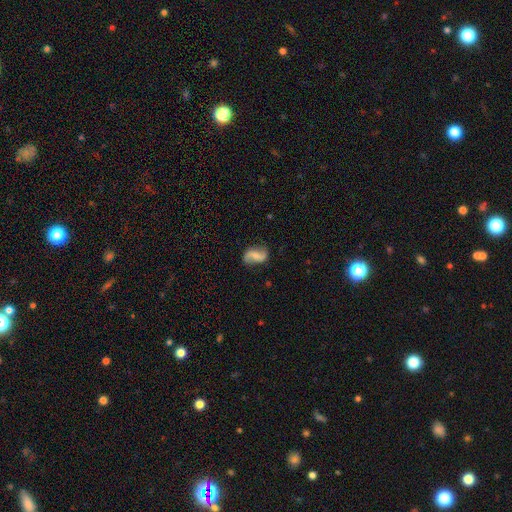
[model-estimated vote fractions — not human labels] Smooth or featured: featured or disk — 73% (smooth — 20%)
Edge-on disk: no — 97% (yes — 3%)
Bar: weak — 42% (no — 36%)
Spiral arms: yes — 94% (no — 6%)
Spiral winding: loose — 70% (medium — 22%)
Spiral arm count: 2 — 92% (can't tell — 3%)
Bulge size: small — 45% (moderate — 29%)
Merging: none — 78% (minor disturbance — 15%)